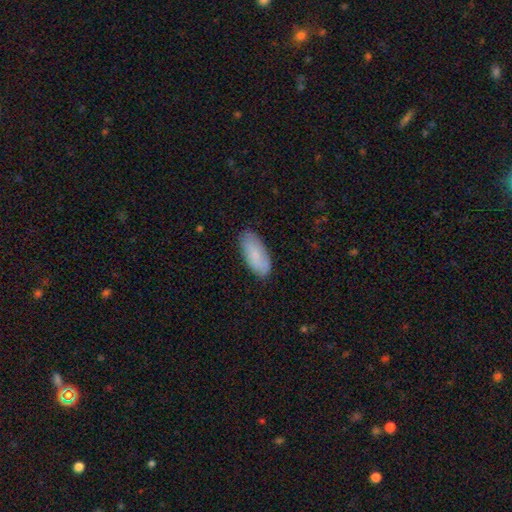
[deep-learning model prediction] Smooth or featured? smooth (80%)
How rounded? in between (88%)
Merging? none (82%)